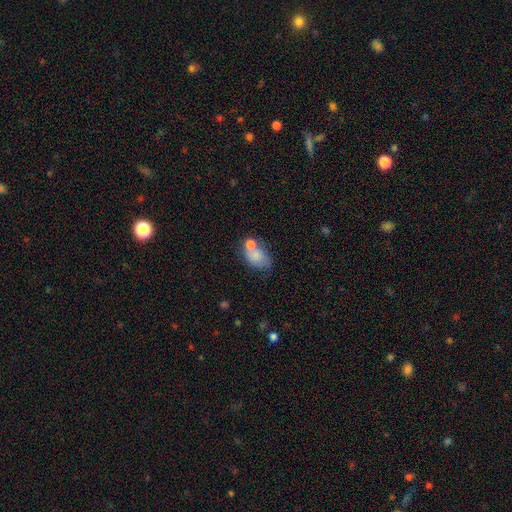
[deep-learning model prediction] Q: Smooth or featured?
A: smooth (74%); runner-up: featured or disk (17%)
Q: How rounded?
A: in between (80%); runner-up: round (18%)
Q: Merging?
A: none (36%); runner-up: merger (32%)